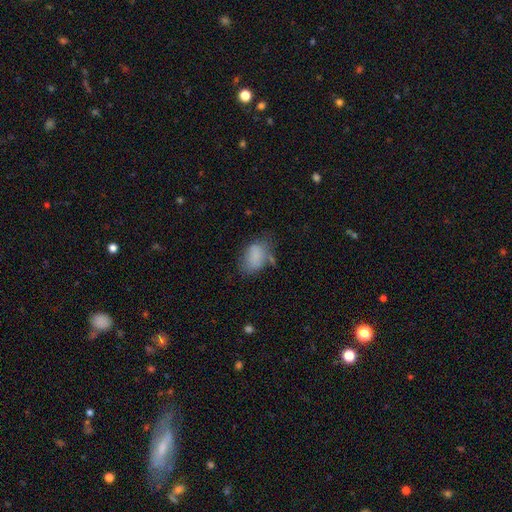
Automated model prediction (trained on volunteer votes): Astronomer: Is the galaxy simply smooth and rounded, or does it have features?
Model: smooth — 80%.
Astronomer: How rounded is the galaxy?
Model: in between — 86%.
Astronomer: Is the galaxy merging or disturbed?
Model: none — 48% (runner-up: minor disturbance, 30%).